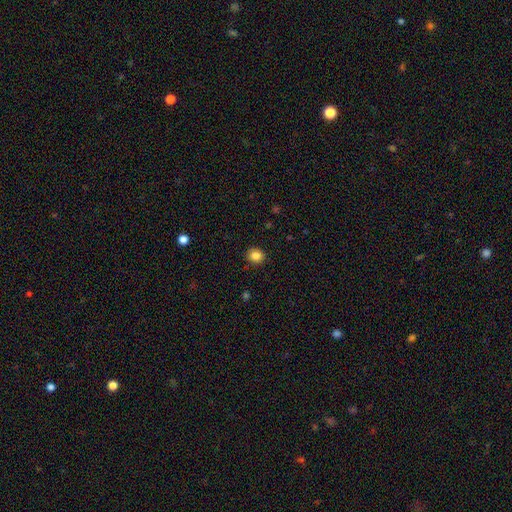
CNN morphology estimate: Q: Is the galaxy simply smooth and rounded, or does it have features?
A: smooth — 84%.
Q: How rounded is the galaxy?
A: round — 82%.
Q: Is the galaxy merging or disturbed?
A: none — 91%.